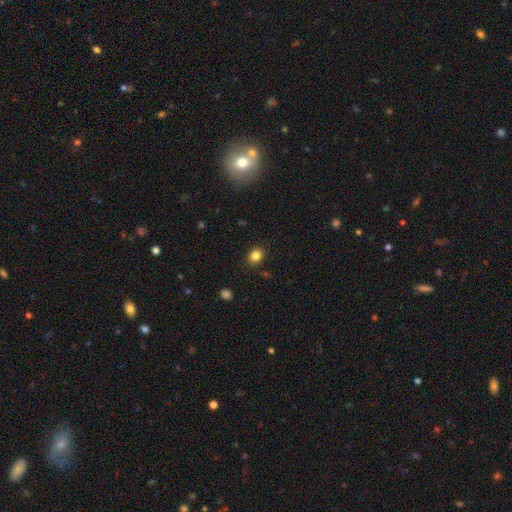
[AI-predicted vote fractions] This is clearly a smooth galaxy (84%). How rounded: possibly round (54%). Merging: clearly none (88%).